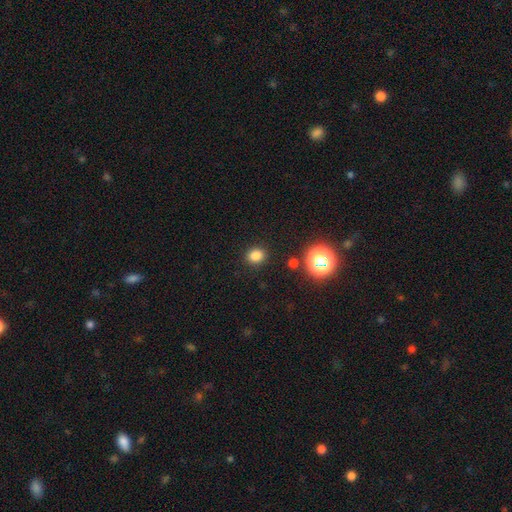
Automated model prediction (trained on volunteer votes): Smooth or featured? smooth (80%)
How rounded? round (63%)
Merging? none (88%)